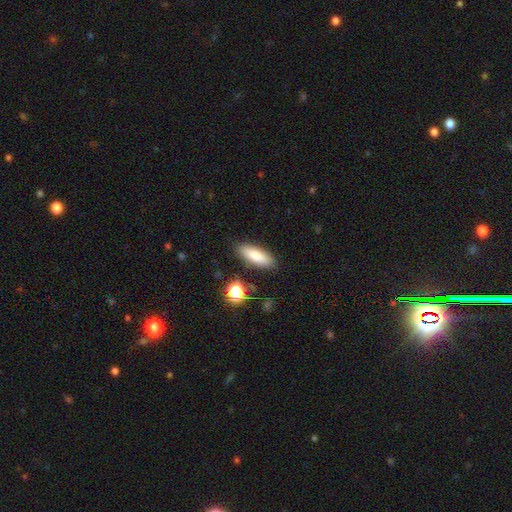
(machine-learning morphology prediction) The model was most divided on "how rounded": in between: 63%, cigar-shaped: 35%, round: 2%. More confident: merging — none (86%); smooth or featured — smooth (81%).